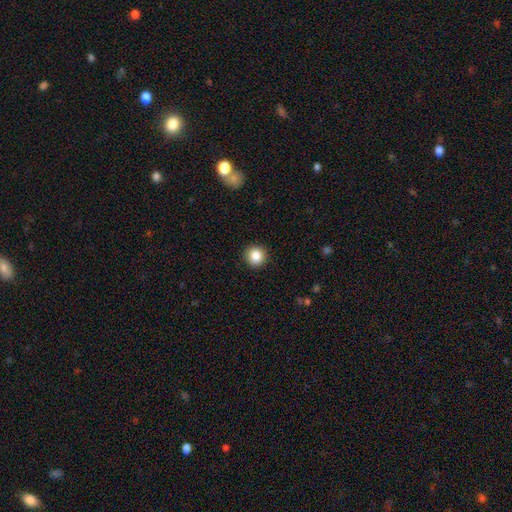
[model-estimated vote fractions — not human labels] A smooth galaxy with no disk features (86%) that is round (94%). Merging: none (92%).